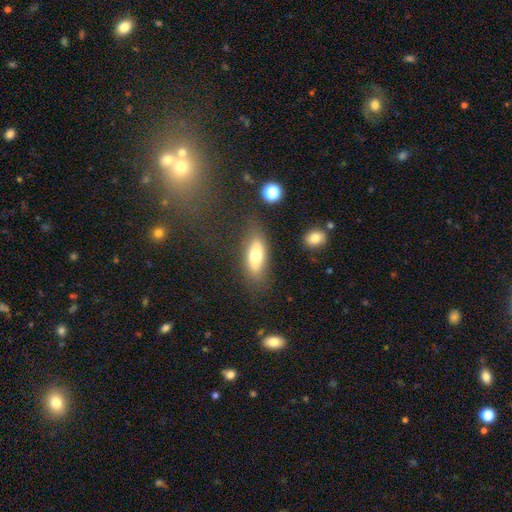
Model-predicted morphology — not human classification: smooth_or_featured: smooth (p=0.67) [alt: featured or disk p=0.25]
how_rounded: in between (p=0.77) [alt: cigar-shaped p=0.20]
merging: none (p=0.75) [alt: minor disturbance p=0.16]